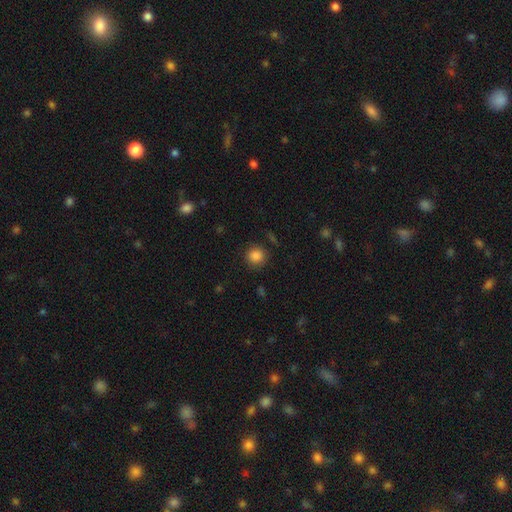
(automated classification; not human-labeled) Smooth or featured: smooth — 86% (star or artifact — 10%)
How rounded: round — 91% (in between — 8%)
Merging: none — 86% (minor disturbance — 10%)